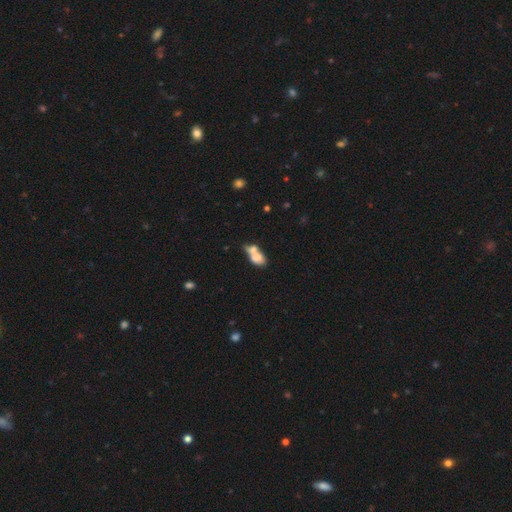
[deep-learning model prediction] A smooth galaxy with no disk features (69%) that is in between round and cigar-shaped (76%). Merging: merger (66%).